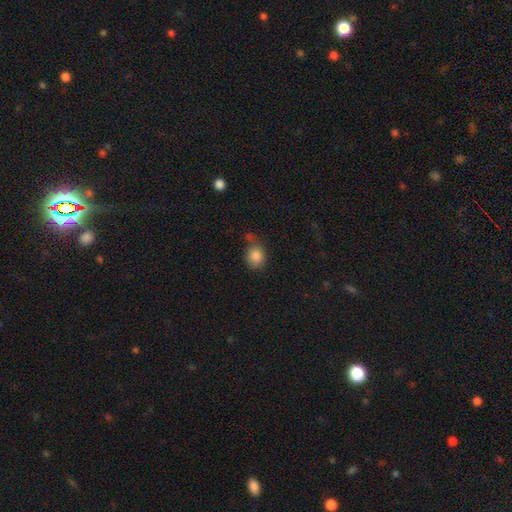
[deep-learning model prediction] smooth 86%, star or artifact 9%, featured or disk 6%. Down the decision tree: how rounded — round (57%); merging — none (54%).